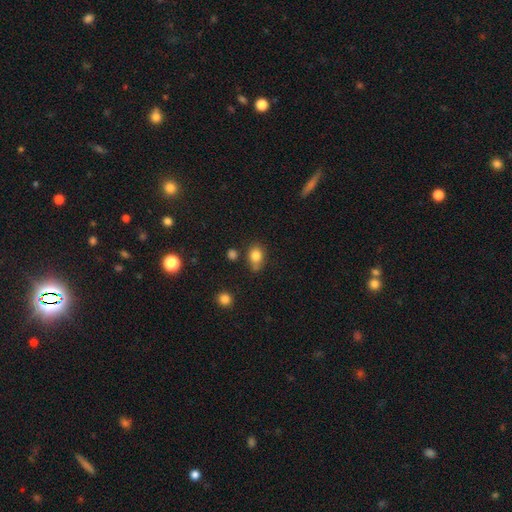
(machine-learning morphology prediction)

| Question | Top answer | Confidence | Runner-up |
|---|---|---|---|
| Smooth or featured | smooth | 81% | star or artifact (11%) |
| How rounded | in between | 55% | round (43%) |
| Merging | none | 58% | minor disturbance (27%) |